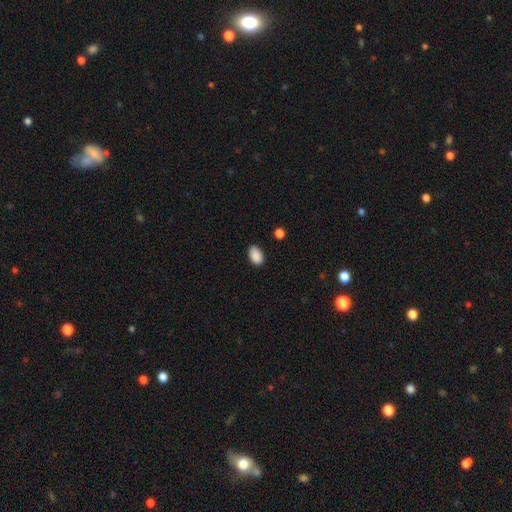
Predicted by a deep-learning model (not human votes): Overall: smooth (90%). How rounded: in between (90%). Merging: none (86%).